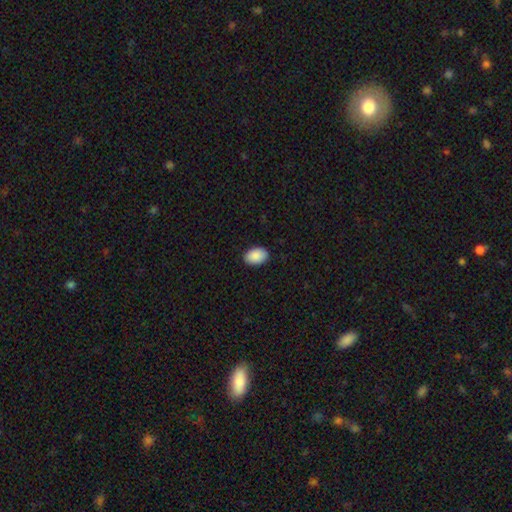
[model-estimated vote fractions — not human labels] Smooth or featured? smooth (90%)
How rounded? in between (88%)
Merging? none (89%)